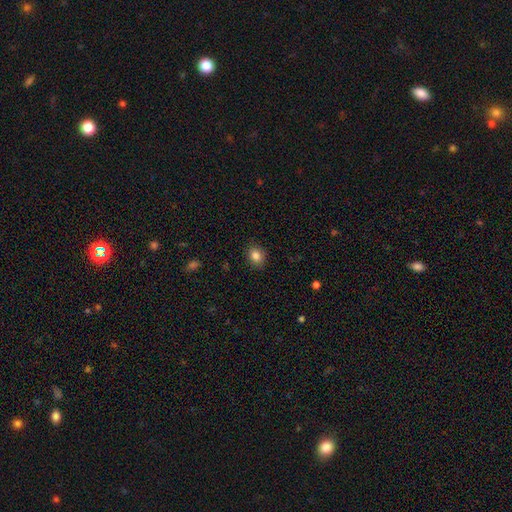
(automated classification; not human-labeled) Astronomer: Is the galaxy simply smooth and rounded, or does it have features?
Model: smooth — 84%.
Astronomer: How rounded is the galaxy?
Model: round — 54% (runner-up: in between, 45%).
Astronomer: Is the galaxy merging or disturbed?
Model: none — 89%.